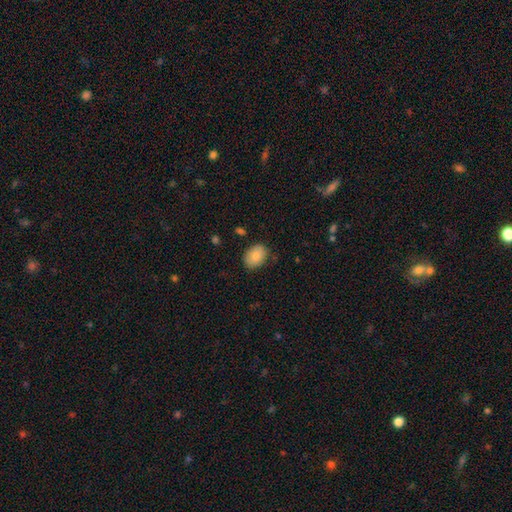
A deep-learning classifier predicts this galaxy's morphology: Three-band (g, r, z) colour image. It shows a smooth galaxy with no disk features (87%) that is in between round and cigar-shaped (75%). Merging: none (81%).